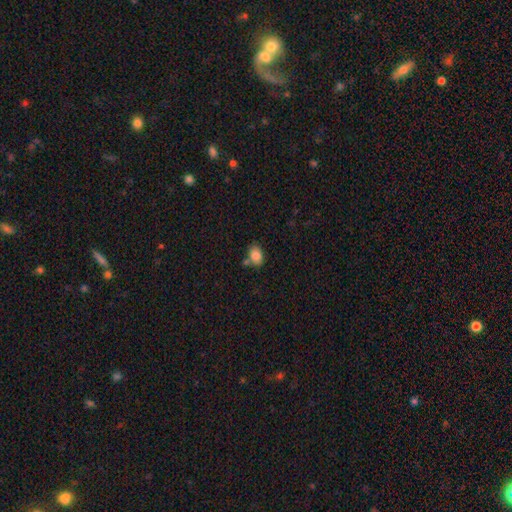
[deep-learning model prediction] A smooth galaxy with no disk features (84%) that is in between round and cigar-shaped (76%). Merging: none (66%).